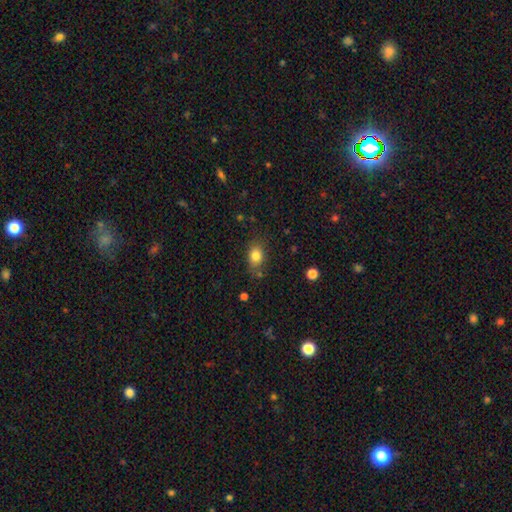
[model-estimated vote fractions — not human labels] smooth 82%, star or artifact 10%, featured or disk 8%. Down the decision tree: how rounded — in between (69%); merging — none (74%).